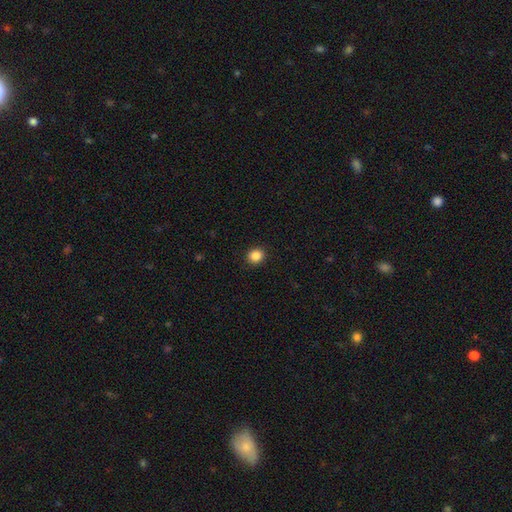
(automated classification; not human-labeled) smooth-or-featured: smooth: 86% | star or artifact: 10% | featured or disk: 4%
  how-rounded: round: 80% | in between: 19% | cigar-shaped: 1%
  merging: none: 92% | minor disturbance: 6% | major disturbance: 2% | merger: 1%